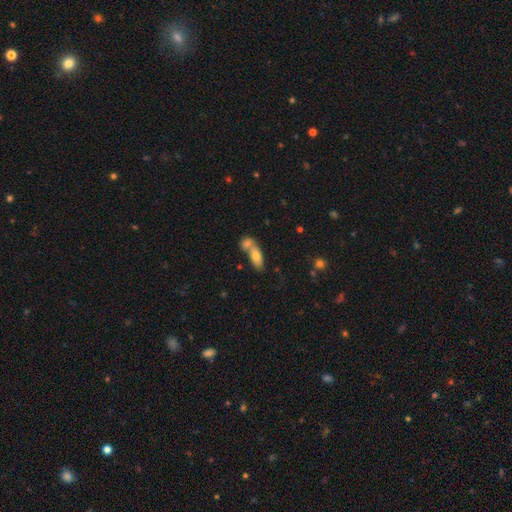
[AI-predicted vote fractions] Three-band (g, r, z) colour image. It shows a smooth galaxy with no disk features (72%) that is in between round and cigar-shaped (77%). Merging: merger (57%).